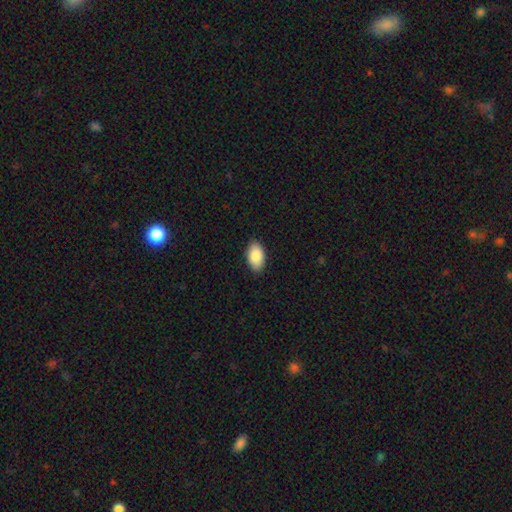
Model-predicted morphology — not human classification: Q: Smooth or featured?
A: smooth (88%); runner-up: star or artifact (6%)
Q: How rounded?
A: in between (95%); runner-up: round (4%)
Q: Merging?
A: none (89%); runner-up: minor disturbance (9%)